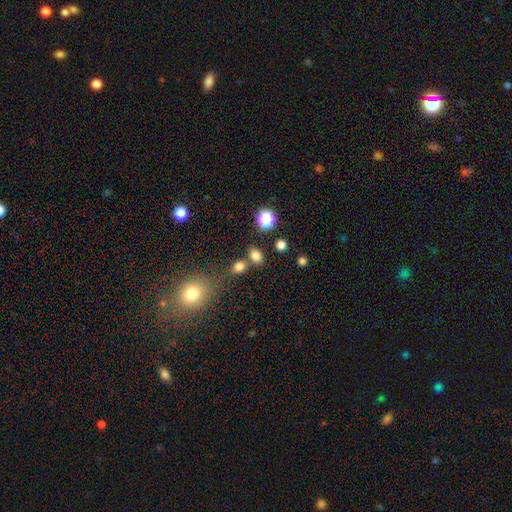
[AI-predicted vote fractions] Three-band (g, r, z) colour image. It shows a smooth galaxy with no disk features (79%) that is in between round and cigar-shaped (61%). Merging: none (67%).